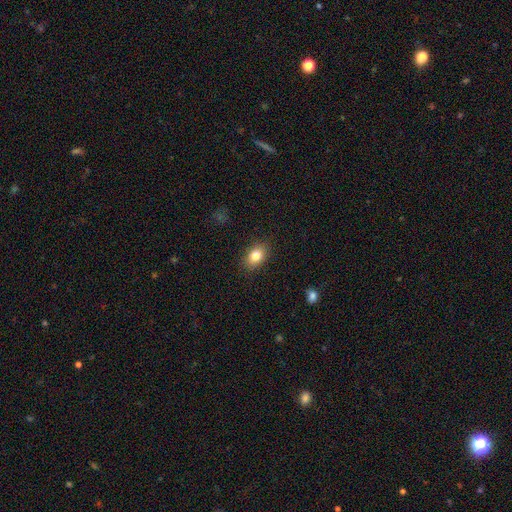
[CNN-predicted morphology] Q: Smooth or featured?
A: smooth (83%); runner-up: star or artifact (9%)
Q: How rounded?
A: in between (78%); runner-up: round (20%)
Q: Merging?
A: none (87%); runner-up: minor disturbance (10%)